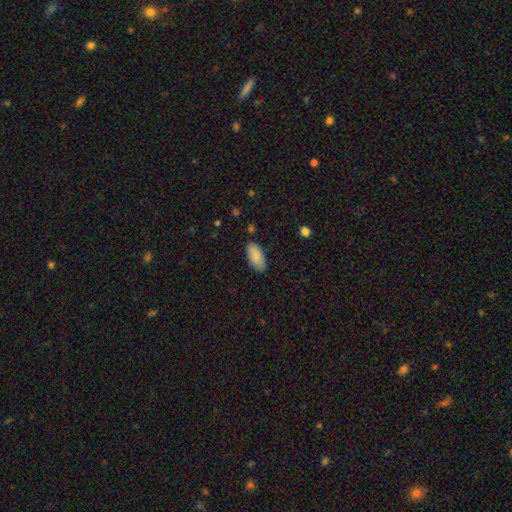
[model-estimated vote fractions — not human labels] Morphology: type=smooth (86%); roundness=in between (92%); merging=none (84%).